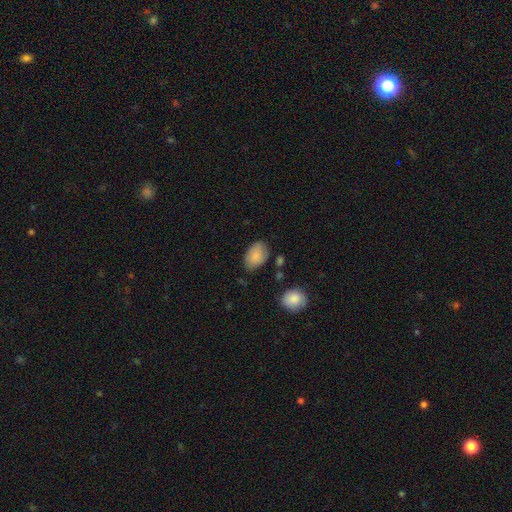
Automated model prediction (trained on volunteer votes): Morphology: type=smooth (84%); roundness=in between (87%); merging=none (72%).